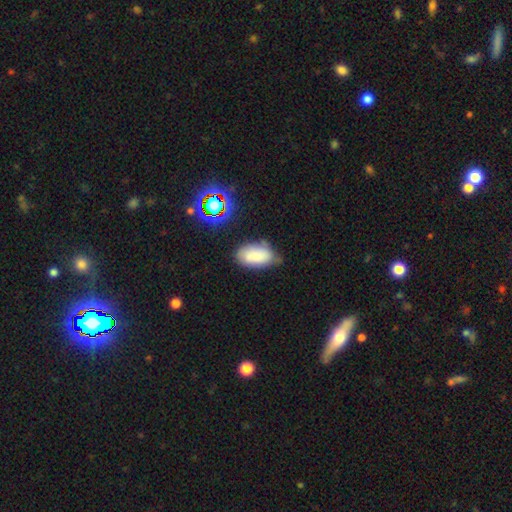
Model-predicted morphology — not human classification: Smooth or featured?
  - smooth: 78% *
  - featured or disk: 12%
  - star or artifact: 10%
How rounded?
  - in between: 93% *
  - round: 5%
  - cigar-shaped: 2%
Merging?
  - none: 52% *
  - minor disturbance: 34%
  - major disturbance: 9%
  - merger: 5%